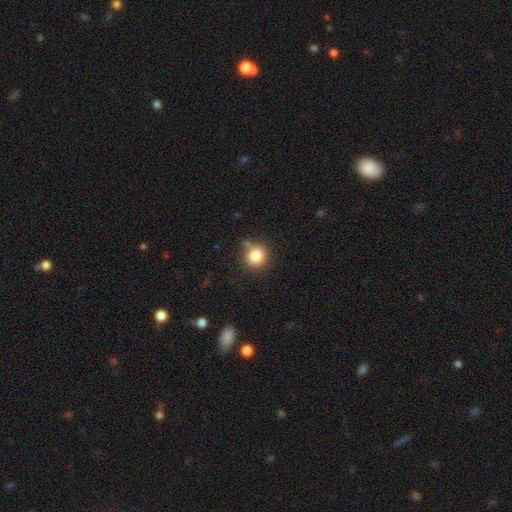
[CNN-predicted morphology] Q: Smooth or featured?
A: smooth (84%); runner-up: star or artifact (11%)
Q: How rounded?
A: round (87%); runner-up: in between (12%)
Q: Merging?
A: none (77%); runner-up: minor disturbance (12%)